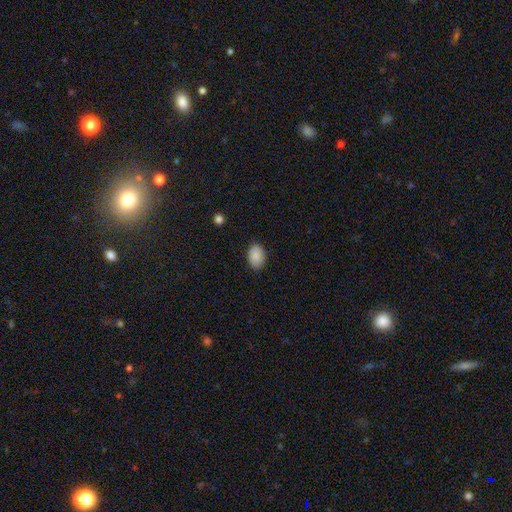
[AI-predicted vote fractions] Morphology: type=smooth (89%); roundness=in between (85%); merging=none (87%).